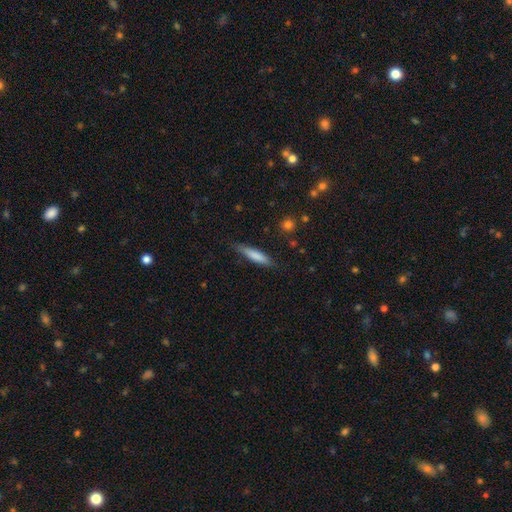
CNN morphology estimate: A smooth galaxy with no disk features (76%) that is cigar-shaped (84%).

Vote fractions:
- Smooth or featured? smooth: 76% / featured or disk: 19% / star or artifact: 6%
- How rounded? cigar-shaped: 84% / in between: 14% / round: 1%
- Merging? none: 81% / minor disturbance: 15% / major disturbance: 3% / merger: 1%